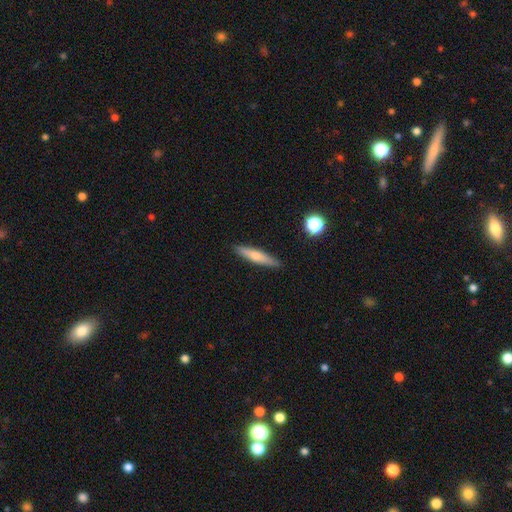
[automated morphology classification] type=smooth (63%); roundness=cigar-shaped (87%); merging=none (89%).